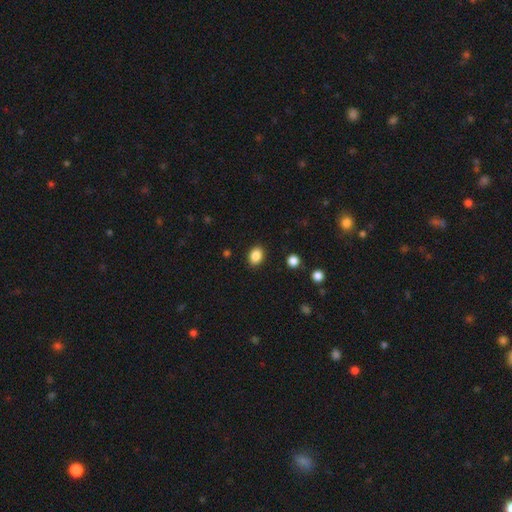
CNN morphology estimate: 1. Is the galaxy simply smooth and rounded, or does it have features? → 87% smooth, 9% star or artifact, 4% featured or disk.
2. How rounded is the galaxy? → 69% in between, 30% round, 1% cigar-shaped.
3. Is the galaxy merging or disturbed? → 89% none, 8% minor disturbance, 2% major disturbance, 1% merger.